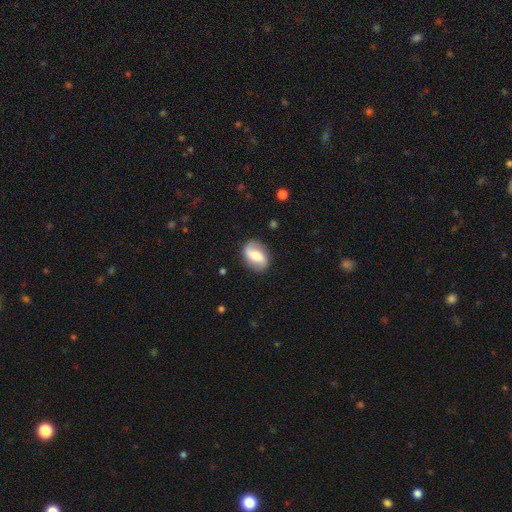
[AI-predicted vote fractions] Morphology: type=featured or disk (50%); edge-on=no (94%); merging=none (83%).